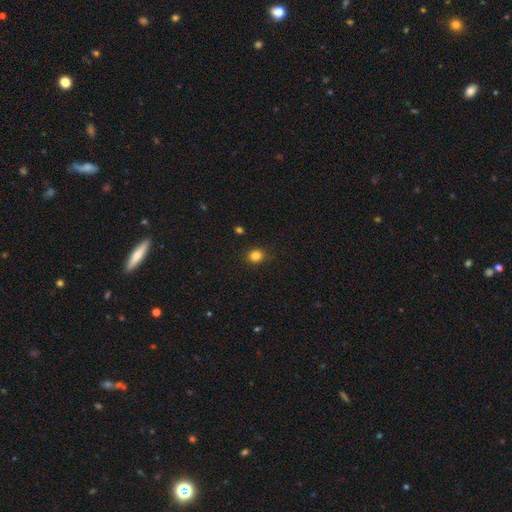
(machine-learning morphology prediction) Q: Smooth or featured?
A: smooth (83%); runner-up: star or artifact (12%)
Q: How rounded?
A: round (83%); runner-up: in between (16%)
Q: Merging?
A: none (89%); runner-up: minor disturbance (8%)